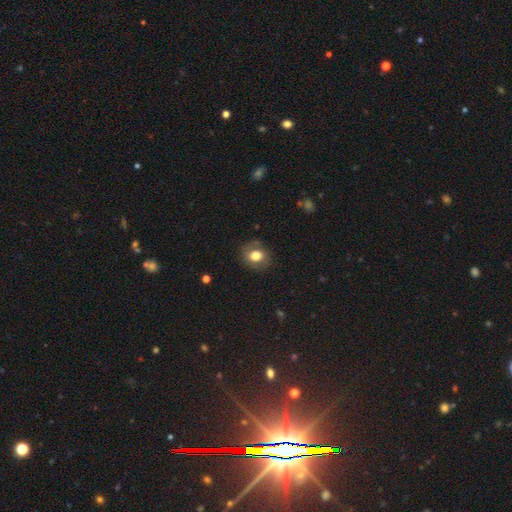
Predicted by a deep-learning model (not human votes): Overall: smooth (73%). How rounded: round (59%; in between 40%). Merging: none (79%).